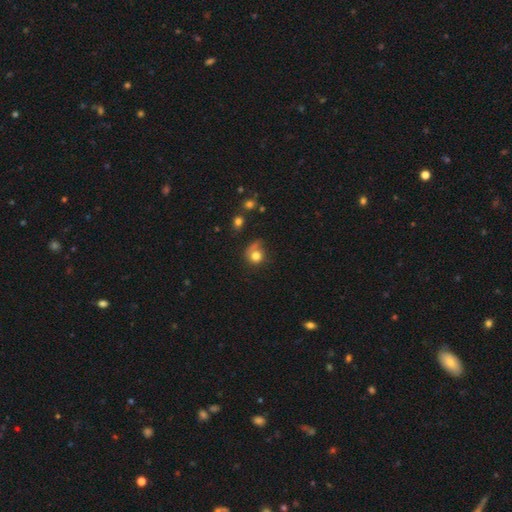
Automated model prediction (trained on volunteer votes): Smooth or featured? smooth (77%)
How rounded? round (81%)
Merging? none (48%)